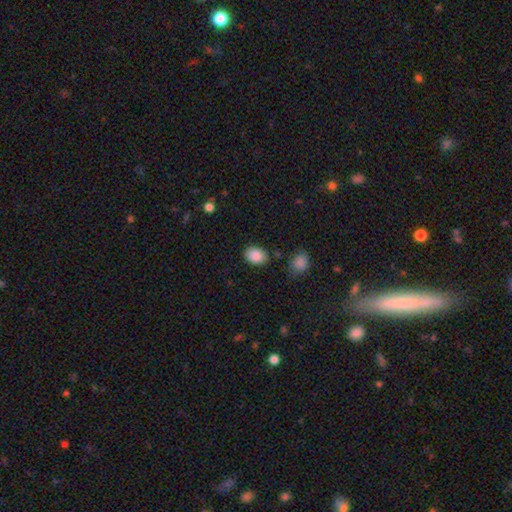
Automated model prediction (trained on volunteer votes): Q: Smooth or featured?
A: smooth (89%); runner-up: star or artifact (8%)
Q: How rounded?
A: in between (75%); runner-up: round (24%)
Q: Merging?
A: none (80%); runner-up: minor disturbance (13%)